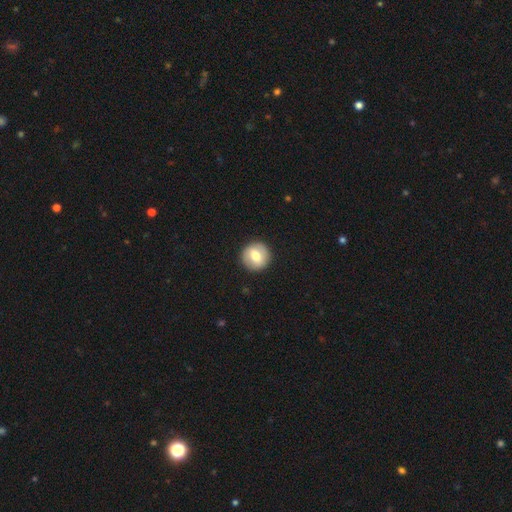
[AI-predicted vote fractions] Smooth or featured: smooth — 66% (featured or disk — 27%)
How rounded: round — 93% (in between — 6%)
Merging: none — 91% (minor disturbance — 6%)